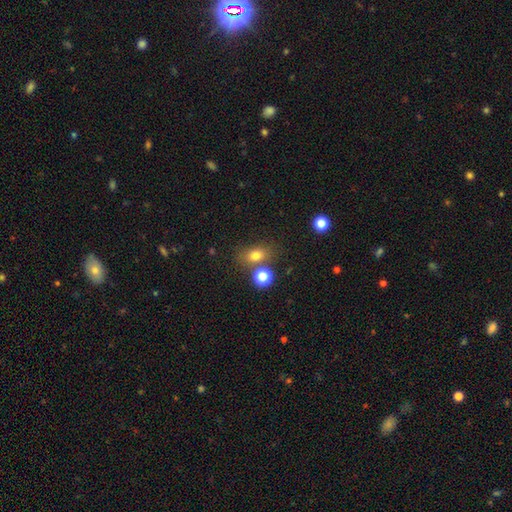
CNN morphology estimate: smooth 76%, star or artifact 15%, featured or disk 10%. Down the decision tree: how rounded — in between (63%); merging — none (66%).